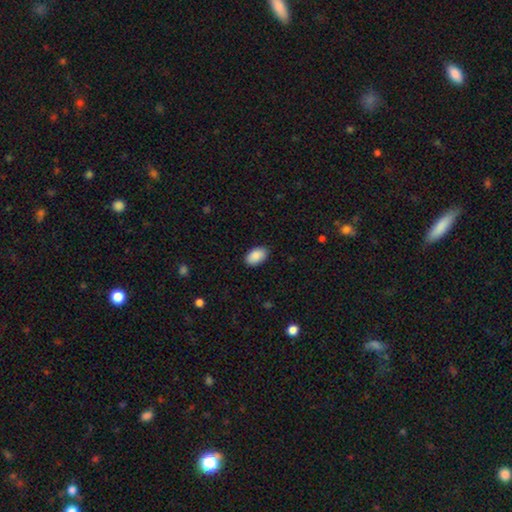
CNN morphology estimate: Smooth or featured: smooth — 90% (star or artifact — 6%)
How rounded: in between — 93% (round — 6%)
Merging: none — 88% (minor disturbance — 9%)